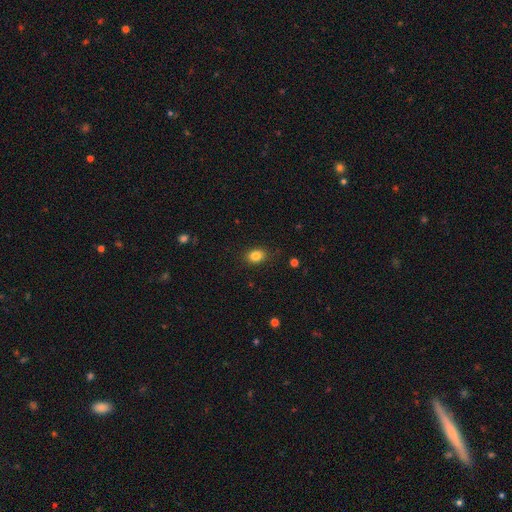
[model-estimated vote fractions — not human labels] Smooth or featured? Predicted: smooth (p=0.84). How rounded? Predicted: in between (p=0.61). Merging? Predicted: none (p=0.86).